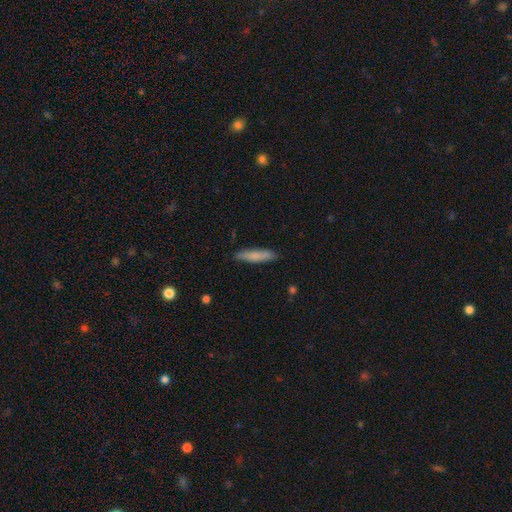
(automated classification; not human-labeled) The model was most divided on "smooth or featured": smooth: 79%, featured or disk: 15%, star or artifact: 6%. More confident: merging — none (86%); how rounded — cigar-shaped (85%).